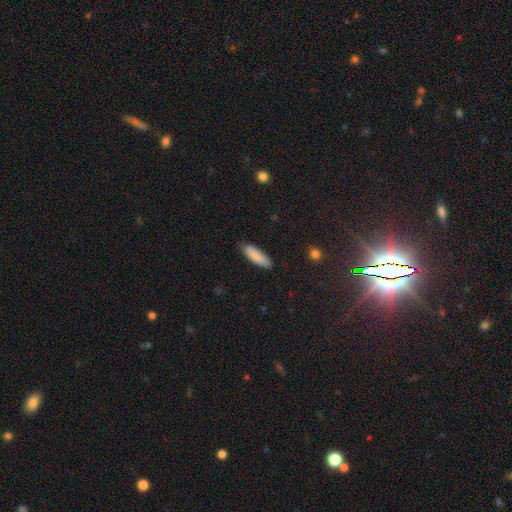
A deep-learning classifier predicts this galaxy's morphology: type=smooth (87%); roundness=cigar-shaped (50%); merging=none (82%).